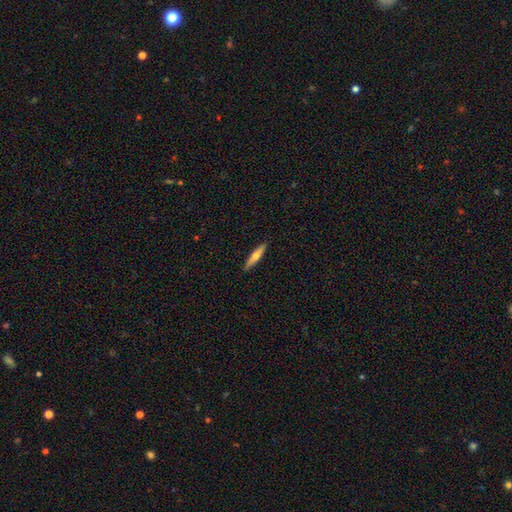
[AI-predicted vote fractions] Q: Smooth or featured?
A: smooth (55%); runner-up: featured or disk (40%)
Q: How rounded?
A: cigar-shaped (86%); runner-up: in between (12%)
Q: Merging?
A: none (91%); runner-up: minor disturbance (7%)